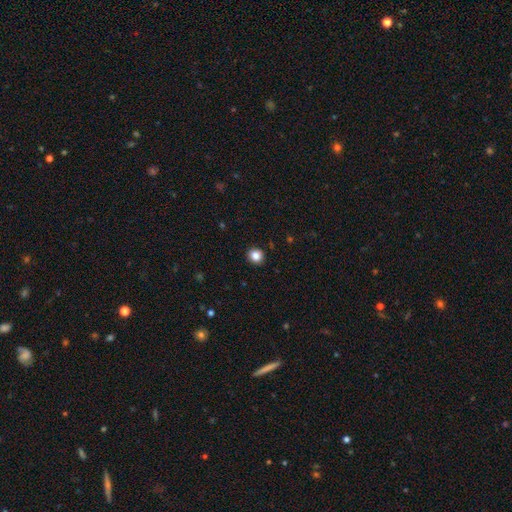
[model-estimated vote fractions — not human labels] The model was most divided on "smooth or featured": smooth: 86%, star or artifact: 11%, featured or disk: 4%. More confident: merging — none (92%); how rounded — round (87%).